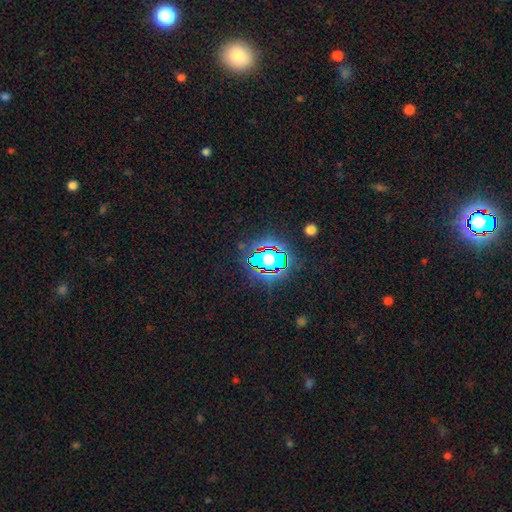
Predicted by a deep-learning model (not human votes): This is clearly a star or artifact rather than a galaxy (81%).